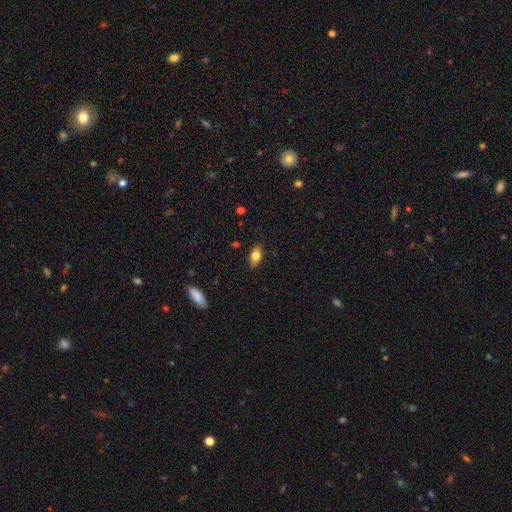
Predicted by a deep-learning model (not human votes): Smooth or featured?
  - smooth: 77% *
  - featured or disk: 15%
  - star or artifact: 8%
How rounded?
  - in between: 88% *
  - cigar-shaped: 7%
  - round: 5%
Merging?
  - none: 86% *
  - minor disturbance: 10%
  - major disturbance: 2%
  - merger: 1%